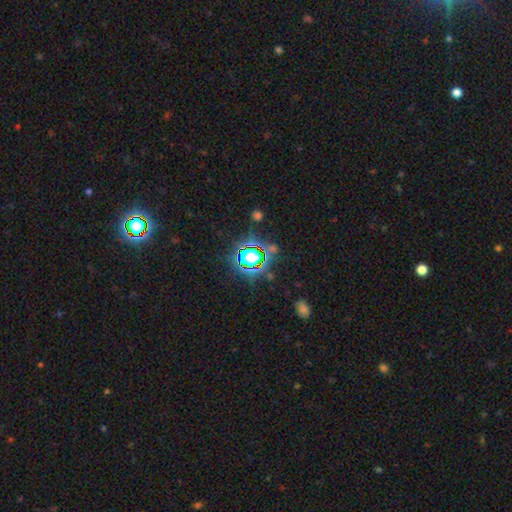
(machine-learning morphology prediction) Smooth or featured? Predicted: star or artifact (p=0.68).